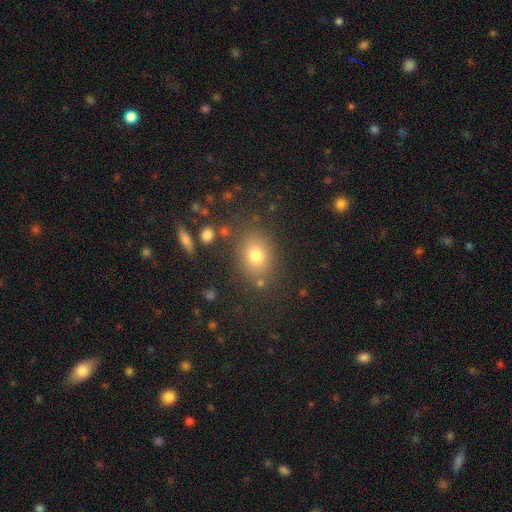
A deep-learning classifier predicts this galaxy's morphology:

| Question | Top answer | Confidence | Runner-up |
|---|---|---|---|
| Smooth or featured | smooth | 75% | star or artifact (14%) |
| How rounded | in between | 55% | round (43%) |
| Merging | none | 80% | minor disturbance (11%) |